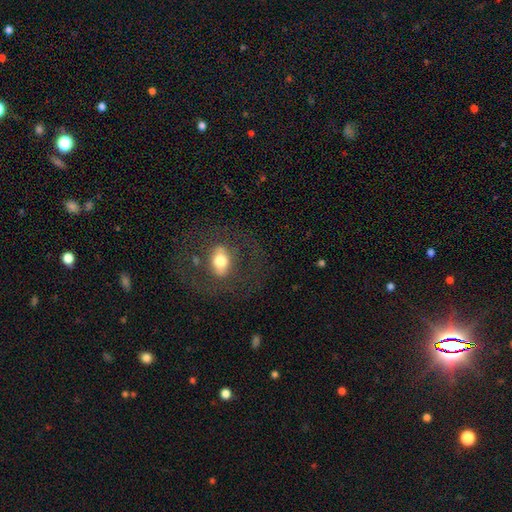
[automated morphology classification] Smooth or featured? featured or disk (43%)
Merging? none (81%)